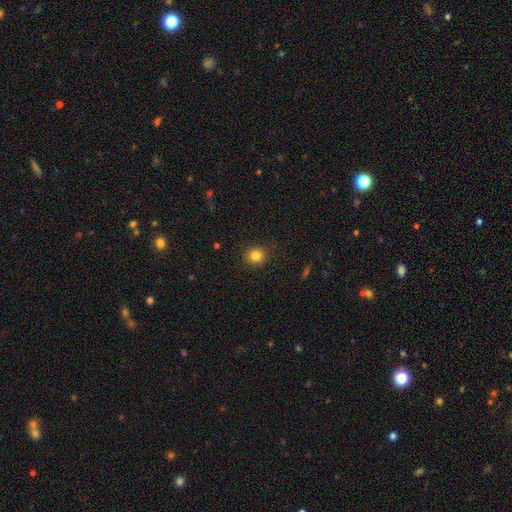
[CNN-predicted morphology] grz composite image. It shows a smooth galaxy with no disk features (83%) that is round (86%). Merging: none (90%).